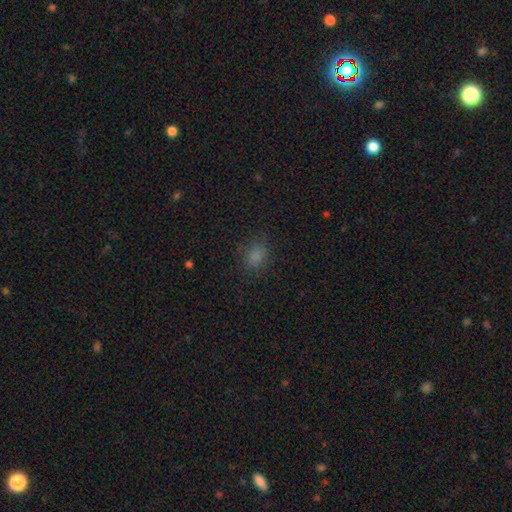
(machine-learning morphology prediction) Overall: smooth (80%). How rounded: in between (50%; round 49%). Merging: none (79%).